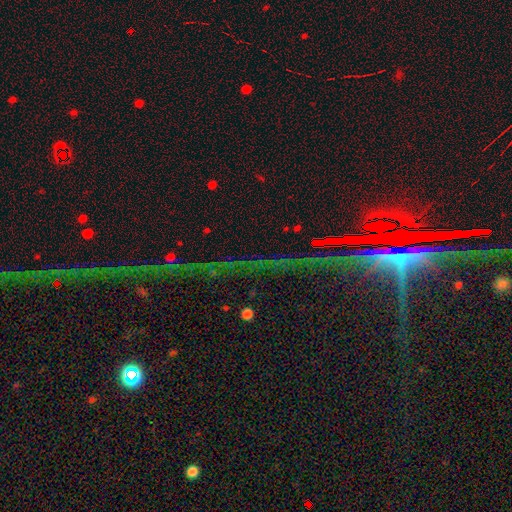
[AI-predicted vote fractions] Smooth or featured: star or artifact — 81% (featured or disk — 12%)